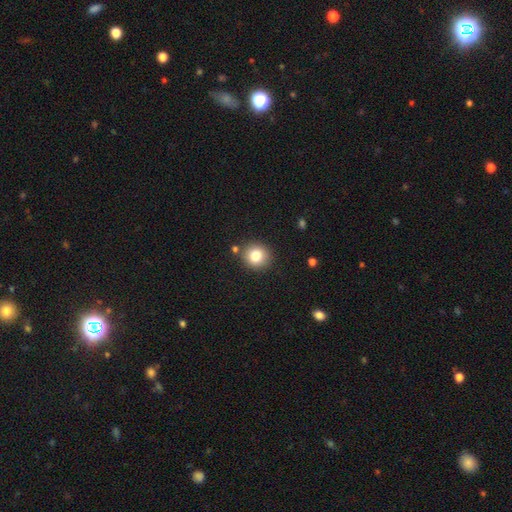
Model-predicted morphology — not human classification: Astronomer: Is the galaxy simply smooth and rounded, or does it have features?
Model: smooth — 80%.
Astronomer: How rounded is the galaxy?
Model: round — 88%.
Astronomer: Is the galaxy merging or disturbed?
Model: none — 85%.